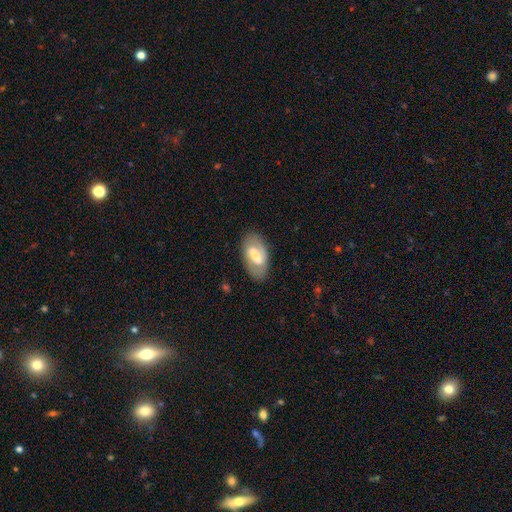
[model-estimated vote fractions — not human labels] A featured or disk galaxy (52%).

Vote fractions:
- Smooth or featured? featured or disk: 52% / smooth: 42% / star or artifact: 6%
- Edge-on disk? no: 91% / yes: 9%
- Merging? none: 82% / minor disturbance: 12% / major disturbance: 4% / merger: 1%